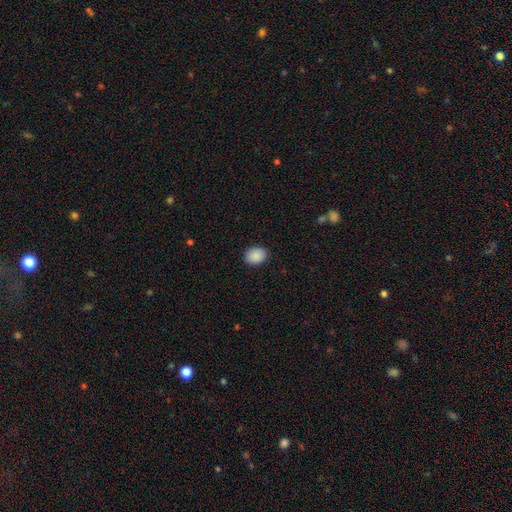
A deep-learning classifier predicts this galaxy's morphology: A smooth galaxy with no disk features (90%) that is in between round and cigar-shaped (58%).

Vote fractions:
- Smooth or featured? smooth: 90% / star or artifact: 7% / featured or disk: 3%
- How rounded? in between: 58% / round: 41% / cigar-shaped: 1%
- Merging? none: 89% / minor disturbance: 8% / major disturbance: 2% / merger: 1%